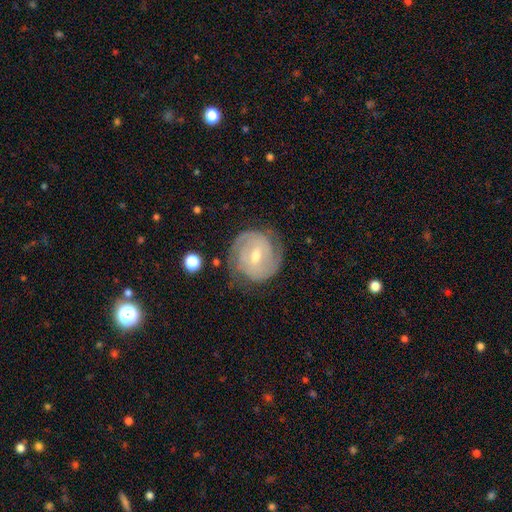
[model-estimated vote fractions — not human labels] Smooth or featured?
  - featured or disk: 85% *
  - smooth: 10%
  - star or artifact: 6%
Edge-on disk?
  - no: 97% *
  - yes: 3%
Bar?
  - weak: 53% *
  - no: 27%
  - strong: 20%
Spiral arms?
  - yes: 95% *
  - no: 5%
Spiral winding?
  - tight: 71% *
  - medium: 24%
  - loose: 5%
Spiral arm count?
  - 2: 64% *
  - can't tell: 16%
  - 3: 11%
  - 4: 3%
  - 1: 3%
  - more than 4: 3%
Bulge size?
  - moderate: 58% *
  - small: 38%
  - large: 2%
  - none: 1%
  - dominant: 1%
Merging?
  - none: 79% *
  - minor disturbance: 15%
  - major disturbance: 5%
  - merger: 1%